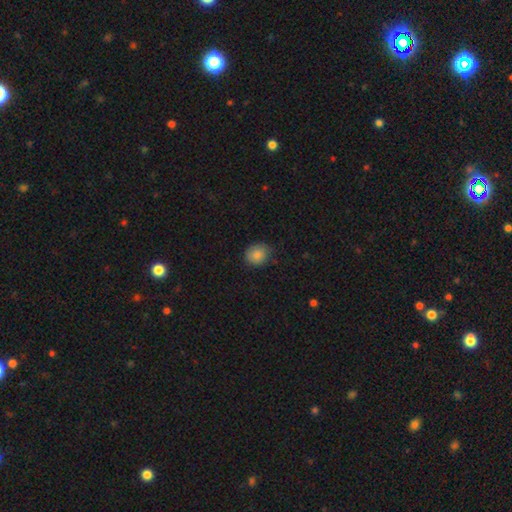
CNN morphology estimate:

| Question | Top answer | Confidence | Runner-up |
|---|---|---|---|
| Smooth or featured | smooth | 85% | star or artifact (8%) |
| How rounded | round | 75% | in between (24%) |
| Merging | none | 76% | minor disturbance (19%) |